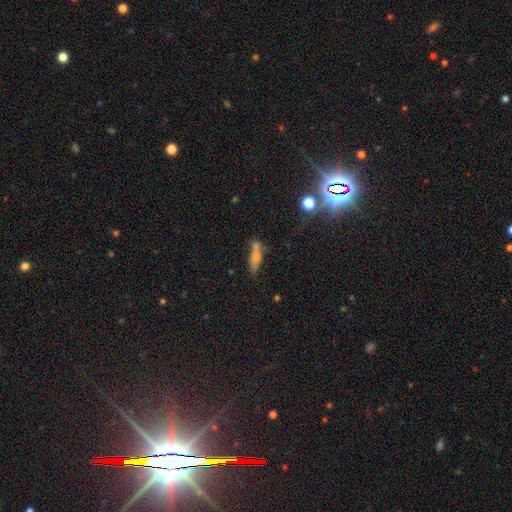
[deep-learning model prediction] smooth_or_featured: smooth (p=0.67) [alt: featured or disk p=0.19]
how_rounded: cigar-shaped (p=0.56) [alt: in between p=0.41]
merging: none (p=0.45) [alt: merger p=0.24]